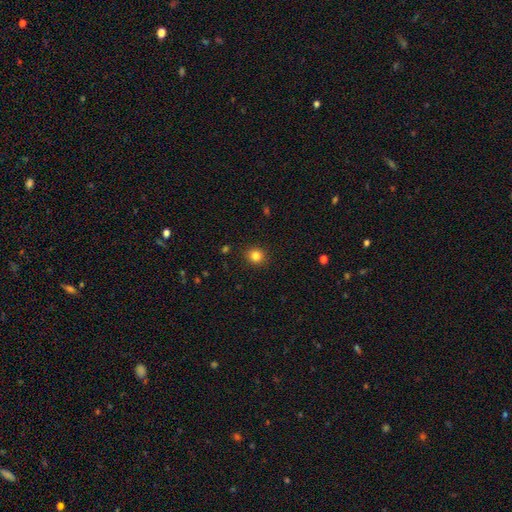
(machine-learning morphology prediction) A smooth galaxy with no disk features (83%) that is round (87%). Merging: none (91%).